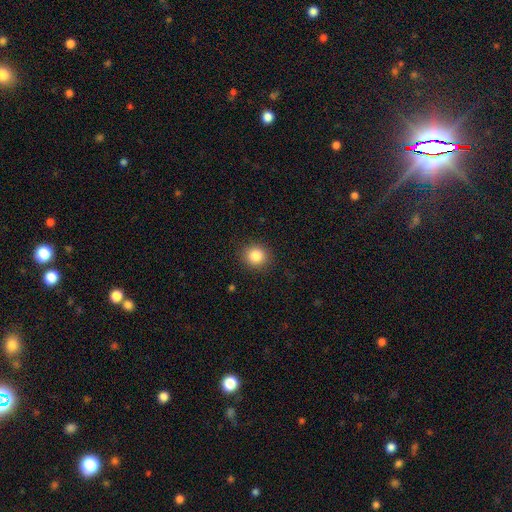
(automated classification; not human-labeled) Q: Smooth or featured?
A: smooth (85%); runner-up: star or artifact (10%)
Q: How rounded?
A: round (85%); runner-up: in between (14%)
Q: Merging?
A: none (90%); runner-up: minor disturbance (7%)